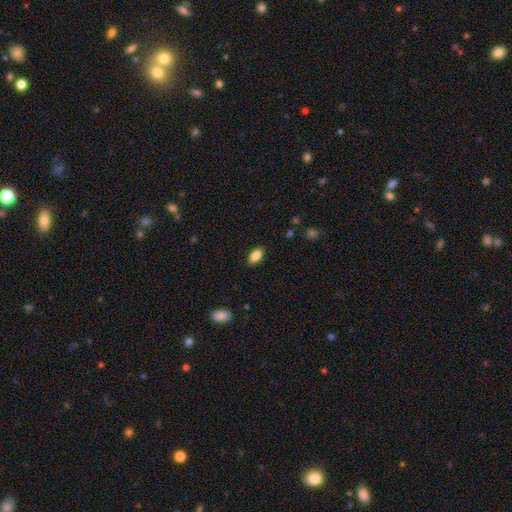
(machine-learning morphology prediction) smooth-or-featured: smooth: 86% | star or artifact: 8% | featured or disk: 6%
  how-rounded: in between: 91% | round: 5% | cigar-shaped: 4%
  merging: none: 87% | minor disturbance: 10% | major disturbance: 2% | merger: 1%